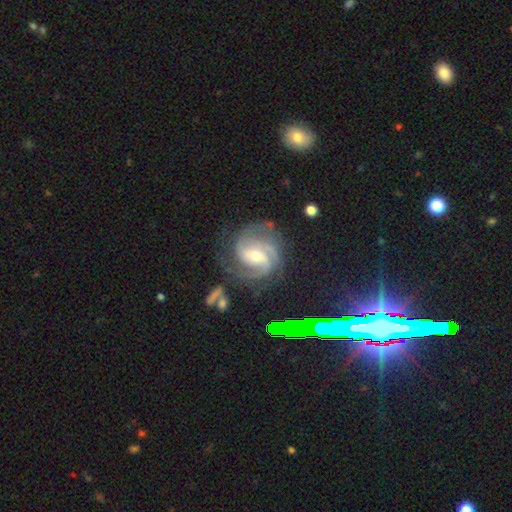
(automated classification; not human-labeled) Overall: featured or disk (89%). Edge-on disk: no (98%). Bar: weak (41%; no 39%). Spiral arms: yes (98%). Spiral arm count: 3 (40%; 2 31%). Spiral winding: tight (48%; medium 43%). Bulge size: moderate (58%; small 37%). Merging: none (66%).